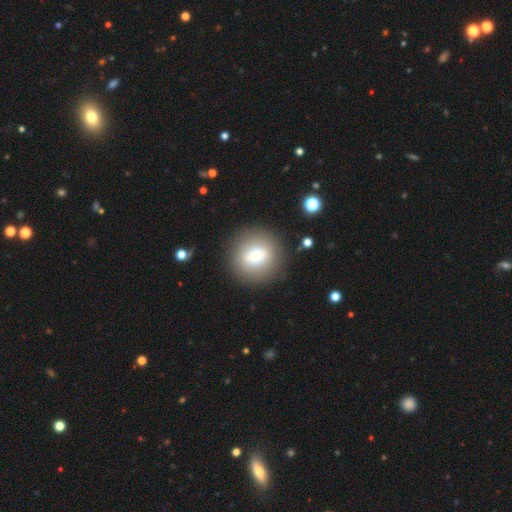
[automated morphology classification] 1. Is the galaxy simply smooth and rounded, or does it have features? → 68% smooth, 22% featured or disk, 10% star or artifact.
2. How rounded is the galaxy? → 93% round, 6% in between, 1% cigar-shaped.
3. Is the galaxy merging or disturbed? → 87% none, 7% minor disturbance, 4% major disturbance, 2% merger.